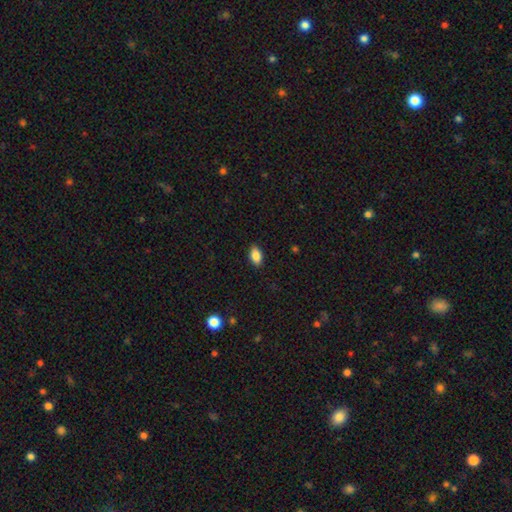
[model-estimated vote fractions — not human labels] A smooth galaxy with no disk features (86%) that is in between round and cigar-shaped (91%).

Vote fractions:
- Smooth or featured? smooth: 86% / star or artifact: 8% / featured or disk: 6%
- How rounded? in between: 91% / round: 6% / cigar-shaped: 3%
- Merging? none: 88% / minor disturbance: 9% / major disturbance: 2% / merger: 1%